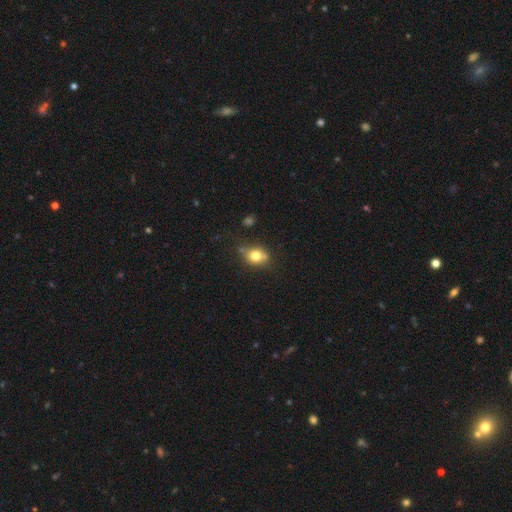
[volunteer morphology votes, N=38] smooth_or_featured: smooth (p=0.74) [alt: featured or disk p=0.21]
how_rounded: round (p=0.68) [alt: in between p=0.32]
merging: none (p=0.72) [alt: minor disturbance p=0.19]